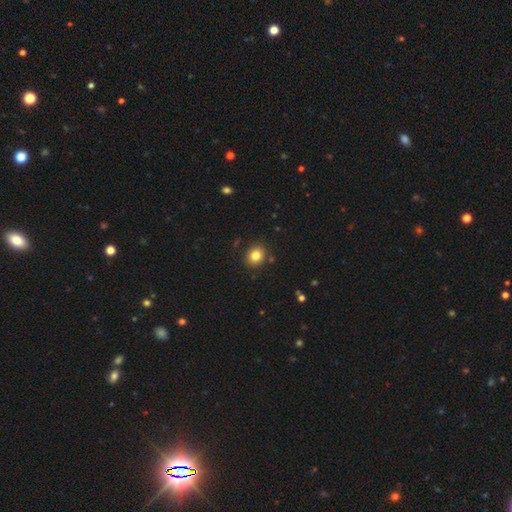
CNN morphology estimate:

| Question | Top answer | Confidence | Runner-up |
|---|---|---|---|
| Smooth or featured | smooth | 82% | star or artifact (11%) |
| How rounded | round | 70% | in between (29%) |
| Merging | none | 87% | minor disturbance (8%) |